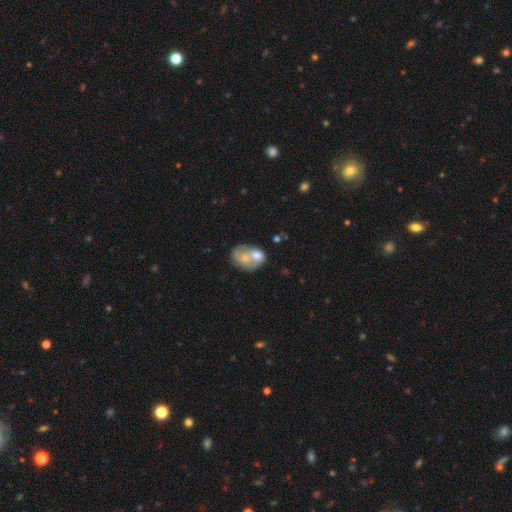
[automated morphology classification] A smooth galaxy with no disk features (60%) that is in between round and cigar-shaped (64%). Merging: merger (65%).